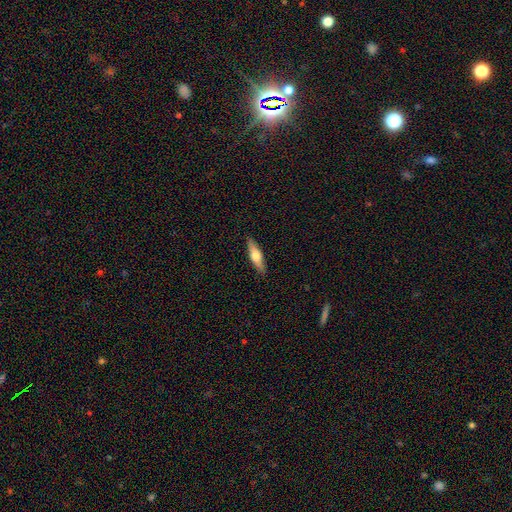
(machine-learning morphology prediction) Smooth or featured?
  - smooth: 57% *
  - featured or disk: 37%
  - star or artifact: 6%
How rounded?
  - cigar-shaped: 66% *
  - in between: 32%
  - round: 2%
Merging?
  - none: 89% *
  - minor disturbance: 8%
  - major disturbance: 2%
  - merger: 1%